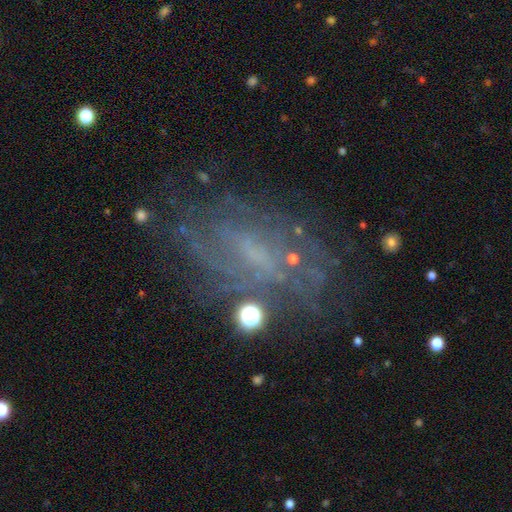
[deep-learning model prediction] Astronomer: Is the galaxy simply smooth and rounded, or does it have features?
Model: featured or disk — 64%.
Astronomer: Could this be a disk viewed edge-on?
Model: no — 91%.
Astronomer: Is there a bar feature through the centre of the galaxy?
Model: weak — 42% (runner-up: no, 39%).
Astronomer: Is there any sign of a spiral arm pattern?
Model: yes — 65%.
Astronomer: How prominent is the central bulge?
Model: none — 44% (runner-up: small, 36%).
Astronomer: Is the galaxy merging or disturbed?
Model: none — 64%.